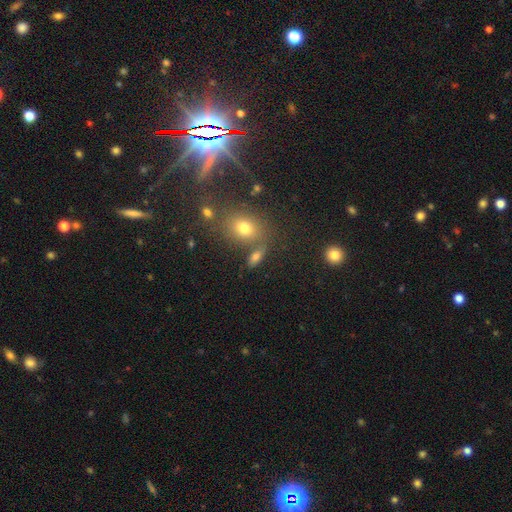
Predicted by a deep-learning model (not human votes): The model was most divided on "smooth or featured": smooth: 53%, star or artifact: 31%, featured or disk: 16%. More confident: merging — none (65%); how rounded — in between (61%).